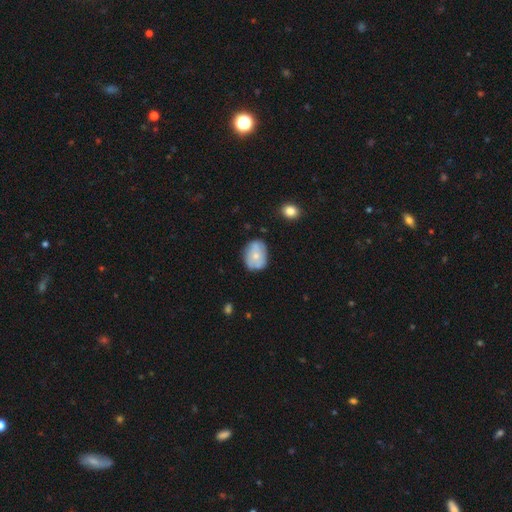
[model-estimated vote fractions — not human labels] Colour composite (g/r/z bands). It shows a smooth galaxy with no disk features (56%) that is in between round and cigar-shaped (66%). Merging: none (68%).